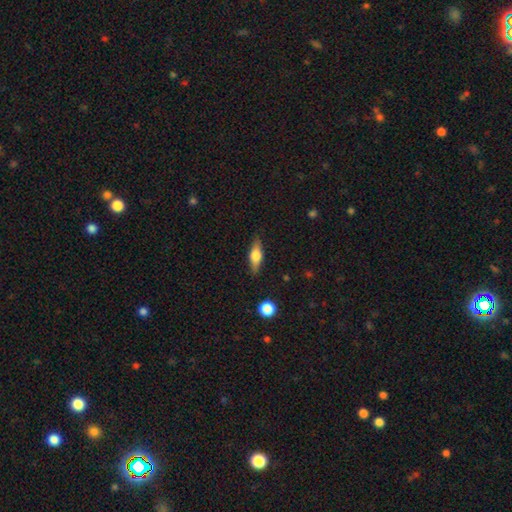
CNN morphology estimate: Q: Smooth or featured?
A: smooth (52%); runner-up: featured or disk (42%)
Q: How rounded?
A: in between (54%); runner-up: cigar-shaped (42%)
Q: Merging?
A: none (85%); runner-up: minor disturbance (11%)